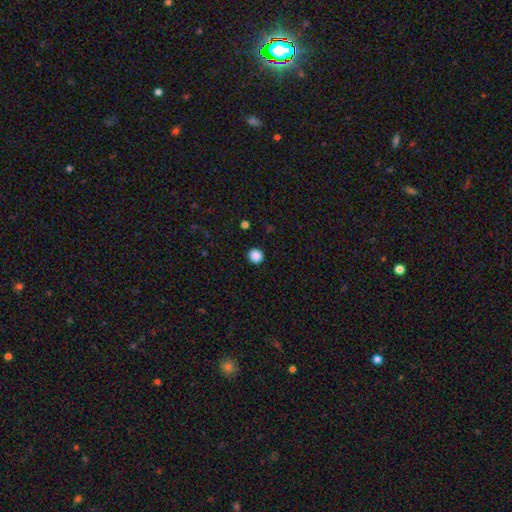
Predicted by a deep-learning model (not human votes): A smooth galaxy with no disk features (88%) that is round (92%). Merging: none (92%).